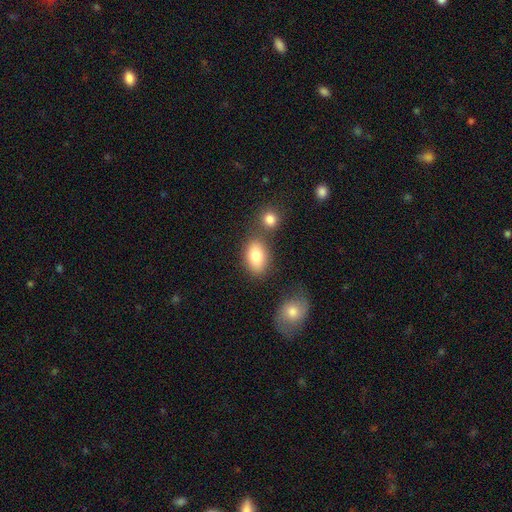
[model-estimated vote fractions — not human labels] Smooth or featured? smooth (81%)
How rounded? in between (85%)
Merging? none (67%)